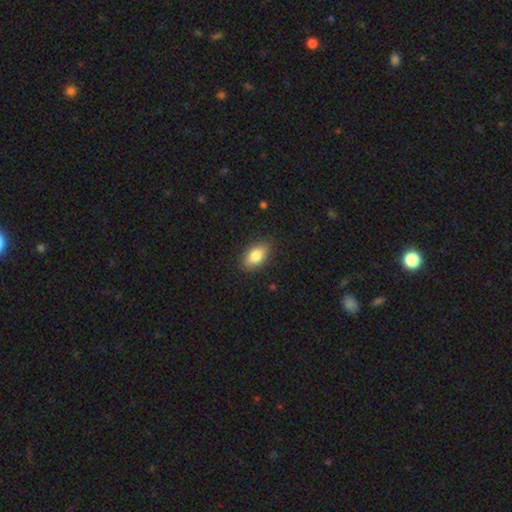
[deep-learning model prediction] Smooth or featured: smooth — 83% (featured or disk — 10%)
How rounded: in between — 90% (round — 6%)
Merging: none — 87% (minor disturbance — 10%)